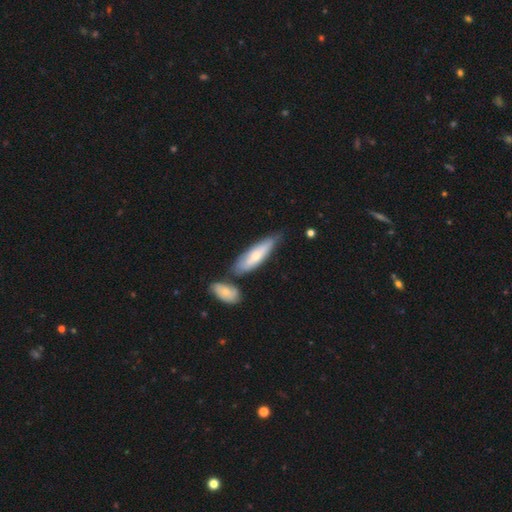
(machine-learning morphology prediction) A smooth galaxy with no disk features (59%) that is cigar-shaped (59%).

Vote fractions:
- Smooth or featured? smooth: 59% / featured or disk: 36% / star or artifact: 5%
- How rounded? cigar-shaped: 59% / in between: 40% / round: 2%
- Merging? none: 57% / minor disturbance: 22% / merger: 16% / major disturbance: 5%